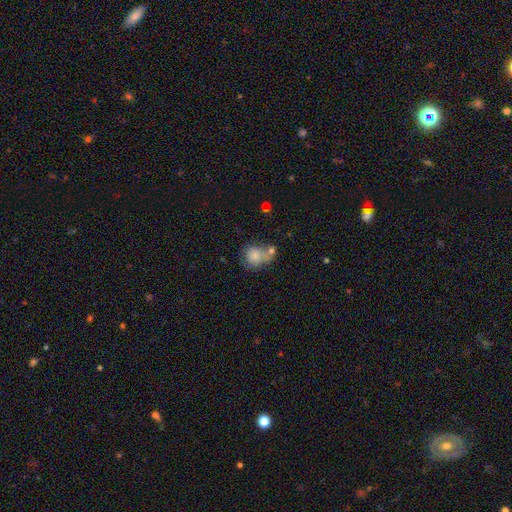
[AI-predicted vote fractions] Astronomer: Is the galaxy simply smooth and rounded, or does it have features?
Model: smooth — 78%.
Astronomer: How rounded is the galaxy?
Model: round — 64%.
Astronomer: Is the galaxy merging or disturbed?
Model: none — 37% (runner-up: merger, 31%).